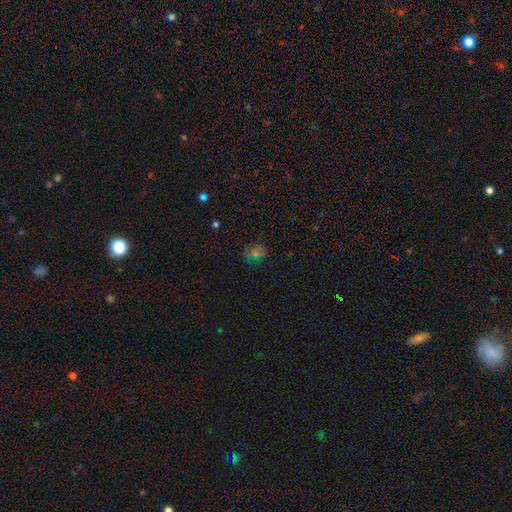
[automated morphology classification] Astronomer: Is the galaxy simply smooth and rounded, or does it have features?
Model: smooth — 43% (runner-up: star or artifact, 37%).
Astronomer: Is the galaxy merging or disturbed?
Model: none — 78%.